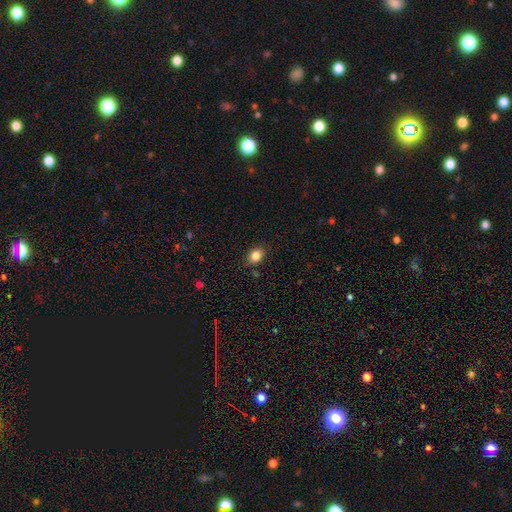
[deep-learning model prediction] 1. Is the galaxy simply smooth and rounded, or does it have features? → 84% smooth, 10% star or artifact, 6% featured or disk.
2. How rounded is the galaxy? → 66% in between, 33% round, 1% cigar-shaped.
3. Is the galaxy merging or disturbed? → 84% none, 11% minor disturbance, 3% major disturbance, 1% merger.